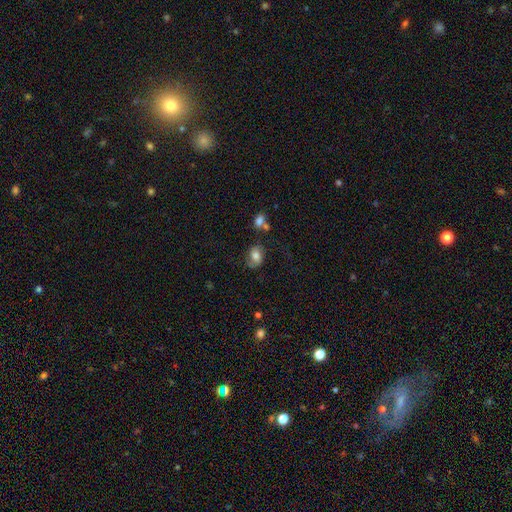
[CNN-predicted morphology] type=smooth (67%); roundness=in between (68%); merging=none (59%).